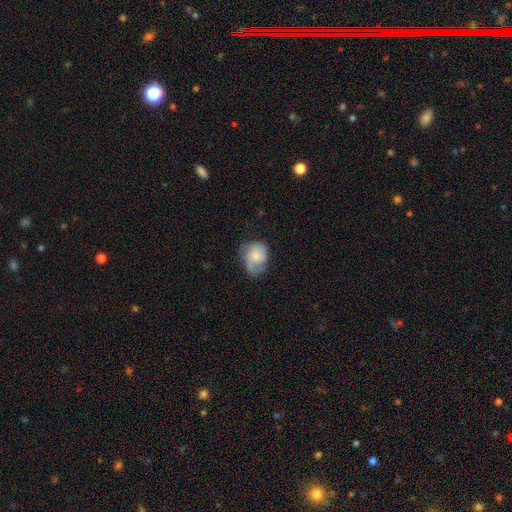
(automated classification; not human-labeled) Q: Smooth or featured?
A: smooth (54%); runner-up: featured or disk (38%)
Q: How rounded?
A: in between (58%); runner-up: round (41%)
Q: Merging?
A: none (46%); runner-up: minor disturbance (34%)